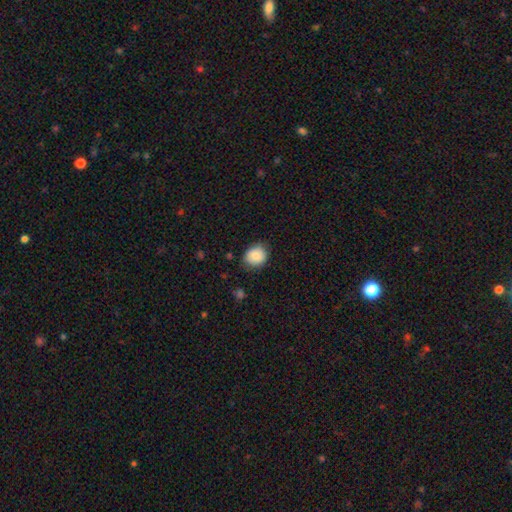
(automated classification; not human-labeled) The model was most divided on "how rounded": round: 70%, in between: 29%, cigar-shaped: 1%. More confident: smooth or featured — smooth (84%); merging — none (78%).